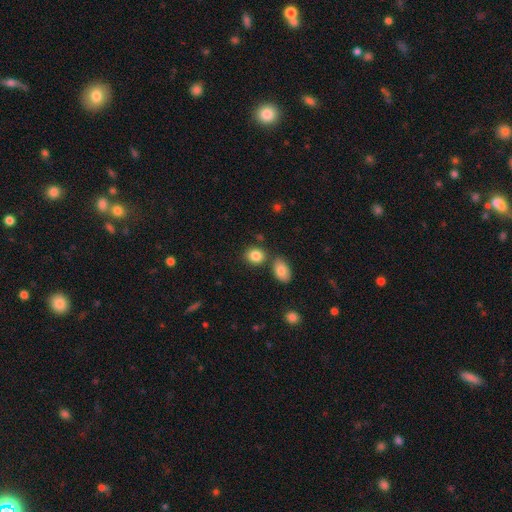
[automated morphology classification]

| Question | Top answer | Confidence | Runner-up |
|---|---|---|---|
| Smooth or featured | smooth | 84% | star or artifact (9%) |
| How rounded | round | 56% | in between (43%) |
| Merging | none | 70% | merger (16%) |